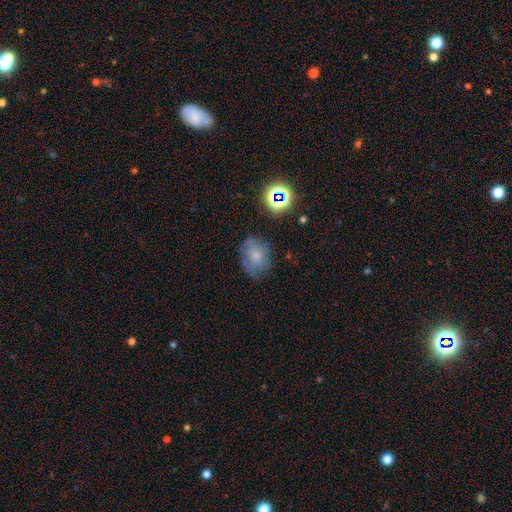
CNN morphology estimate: Smooth or featured? smooth (63%)
How rounded? in between (53%)
Merging? none (61%)